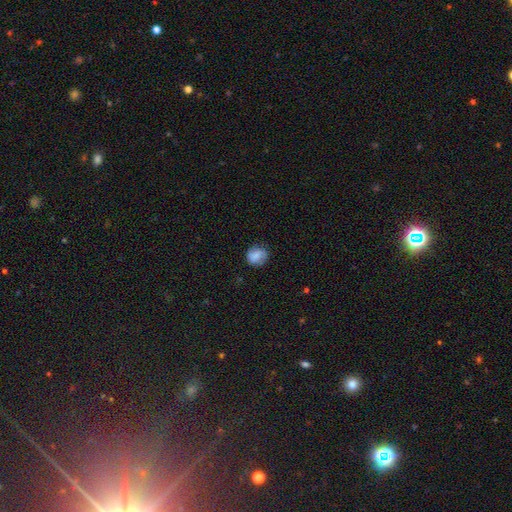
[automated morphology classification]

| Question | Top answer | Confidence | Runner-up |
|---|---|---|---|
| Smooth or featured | smooth | 73% | featured or disk (18%) |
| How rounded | round | 79% | in between (20%) |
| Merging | none | 74% | minor disturbance (19%) |